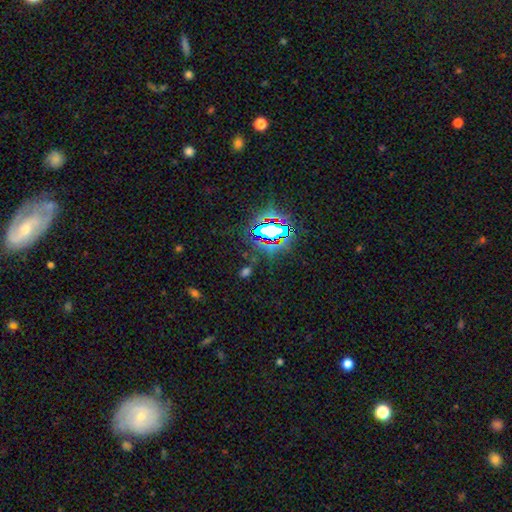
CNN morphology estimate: Smooth or featured?
  - star or artifact: 77% *
  - smooth: 14%
  - featured or disk: 9%